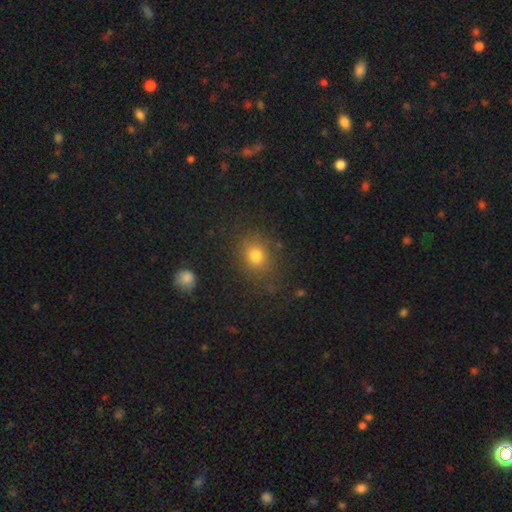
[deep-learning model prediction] A smooth galaxy with no disk features (76%) that is round (62%).

Vote fractions:
- Smooth or featured? smooth: 76% / star or artifact: 15% / featured or disk: 8%
- How rounded? round: 62% / in between: 37% / cigar-shaped: 1%
- Merging? none: 80% / minor disturbance: 12% / major disturbance: 5% / merger: 2%